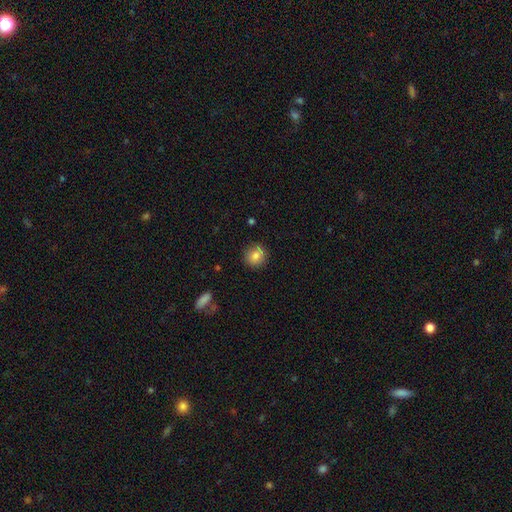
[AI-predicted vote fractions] smooth-or-featured: smooth: 81% | star or artifact: 10% | featured or disk: 9%
  how-rounded: round: 90% | in between: 9% | cigar-shaped: 1%
  merging: none: 84% | minor disturbance: 11% | merger: 2% | major disturbance: 2%